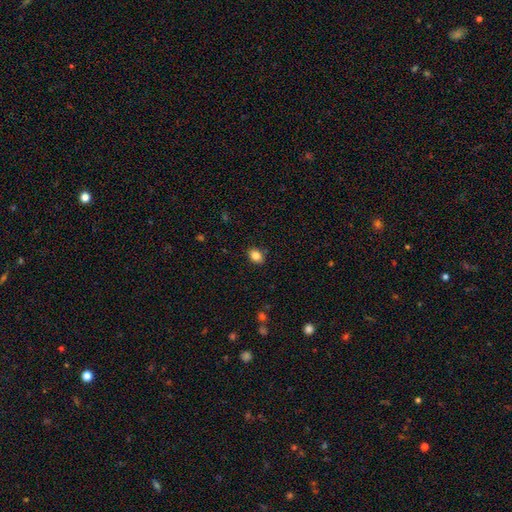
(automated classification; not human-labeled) smooth_or_featured: smooth (p=0.84) [alt: star or artifact p=0.10]
how_rounded: in between (p=0.70) [alt: round p=0.29]
merging: none (p=0.87) [alt: minor disturbance p=0.10]